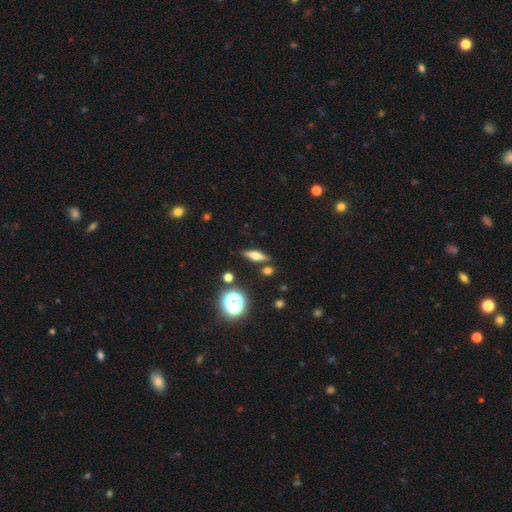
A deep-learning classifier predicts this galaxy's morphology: smooth-or-featured: smooth: 47% | featured or disk: 41% | star or artifact: 12%
  merging: none: 83% | minor disturbance: 10% | merger: 4% | major disturbance: 3%